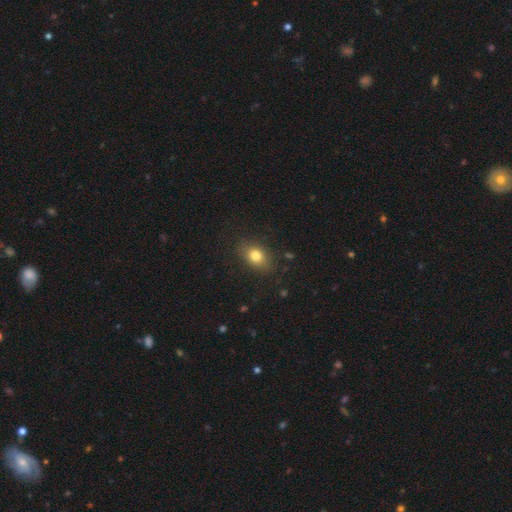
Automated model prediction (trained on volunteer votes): A smooth galaxy with no disk features (79%) that is in between round and cigar-shaped (71%). Merging: none (84%).